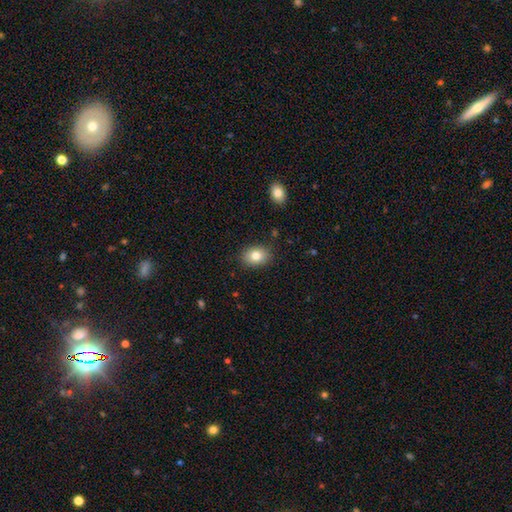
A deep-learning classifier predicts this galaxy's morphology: Smooth or featured?
  - smooth: 81% *
  - featured or disk: 10%
  - star or artifact: 9%
How rounded?
  - in between: 68% *
  - round: 31%
  - cigar-shaped: 1%
Merging?
  - none: 86% *
  - minor disturbance: 10%
  - major disturbance: 2%
  - merger: 1%